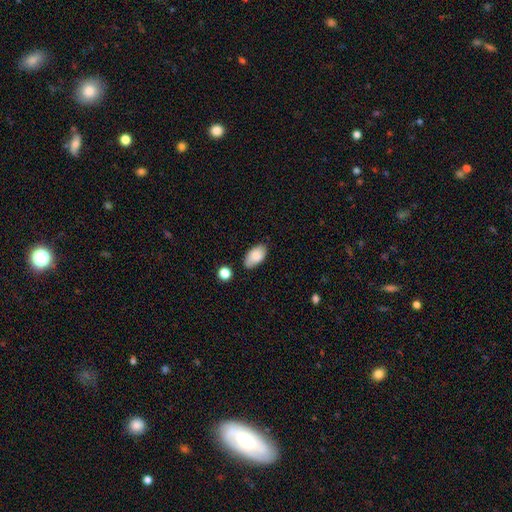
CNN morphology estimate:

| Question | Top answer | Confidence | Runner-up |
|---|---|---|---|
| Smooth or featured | smooth | 81% | featured or disk (11%) |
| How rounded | in between | 94% | round (4%) |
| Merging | none | 72% | minor disturbance (20%) |